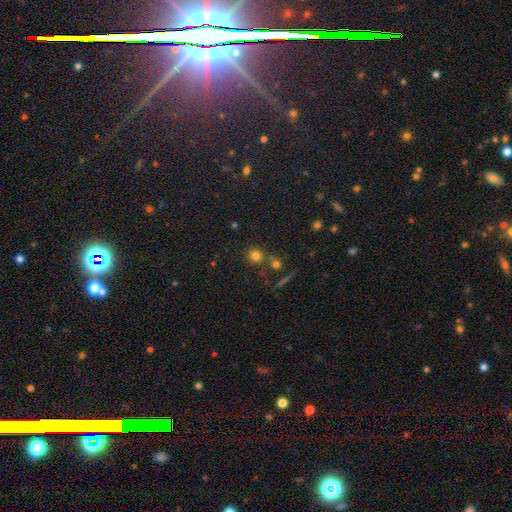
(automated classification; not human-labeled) Smooth or featured? Predicted: smooth (p=0.76). How rounded? Predicted: round (p=0.92). Merging? Predicted: none (p=0.69).